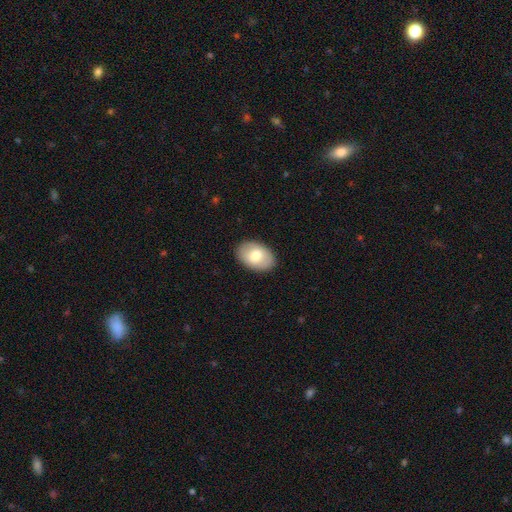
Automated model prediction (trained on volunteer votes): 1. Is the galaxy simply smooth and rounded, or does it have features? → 75% smooth, 19% featured or disk, 6% star or artifact.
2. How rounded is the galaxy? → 87% in between, 12% round, 1% cigar-shaped.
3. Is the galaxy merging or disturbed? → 89% none, 8% minor disturbance, 2% major disturbance, 1% merger.